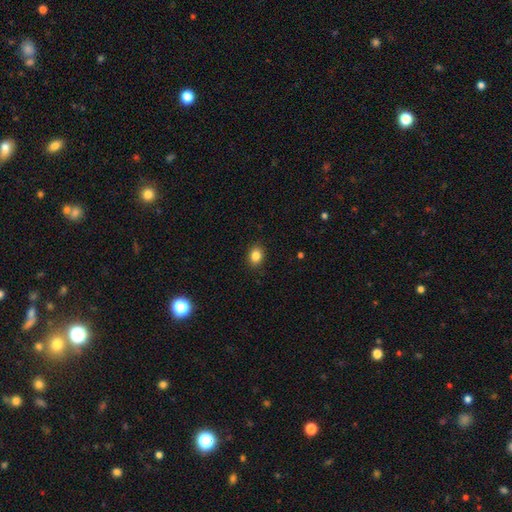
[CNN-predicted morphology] smooth_or_featured: smooth (p=0.85) [alt: star or artifact p=0.10]
how_rounded: in between (p=0.56) [alt: round p=0.43]
merging: none (p=0.89) [alt: minor disturbance p=0.08]